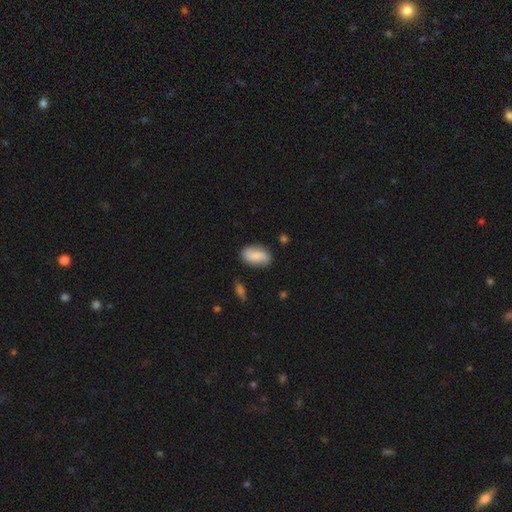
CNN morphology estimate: Smooth or featured?
  - smooth: 67% *
  - featured or disk: 26%
  - star or artifact: 7%
How rounded?
  - in between: 90% *
  - round: 6%
  - cigar-shaped: 4%
Merging?
  - none: 75% *
  - minor disturbance: 18%
  - major disturbance: 4%
  - merger: 3%